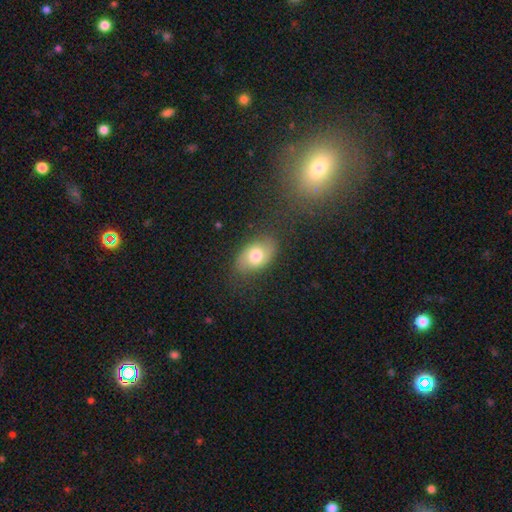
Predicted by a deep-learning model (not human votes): A smooth galaxy with no disk features (65%) that is in between round and cigar-shaped (87%).

Vote fractions:
- Smooth or featured? smooth: 65% / featured or disk: 27% / star or artifact: 8%
- How rounded? in between: 87% / round: 11% / cigar-shaped: 2%
- Merging? none: 74% / minor disturbance: 18% / major disturbance: 6% / merger: 2%